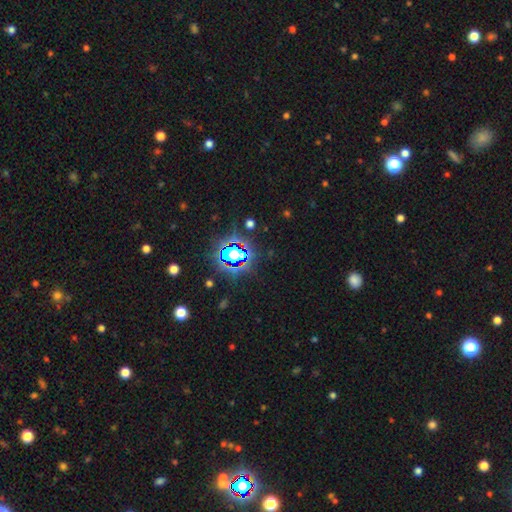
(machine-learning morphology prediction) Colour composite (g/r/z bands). It shows a star or artifact, not a galaxy (80%).